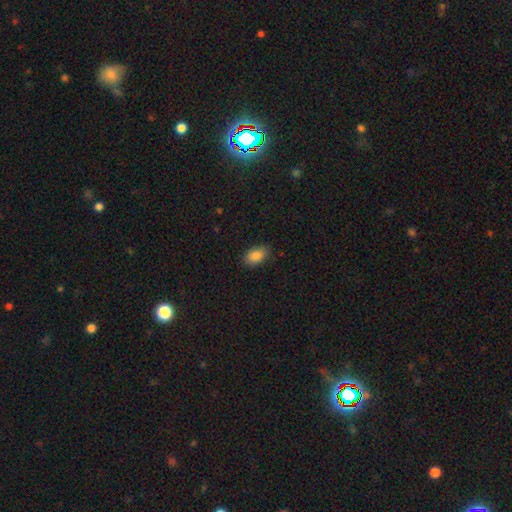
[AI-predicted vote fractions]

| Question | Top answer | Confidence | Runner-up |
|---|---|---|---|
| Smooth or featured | smooth | 87% | star or artifact (8%) |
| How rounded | in between | 91% | round (7%) |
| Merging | none | 80% | minor disturbance (16%) |